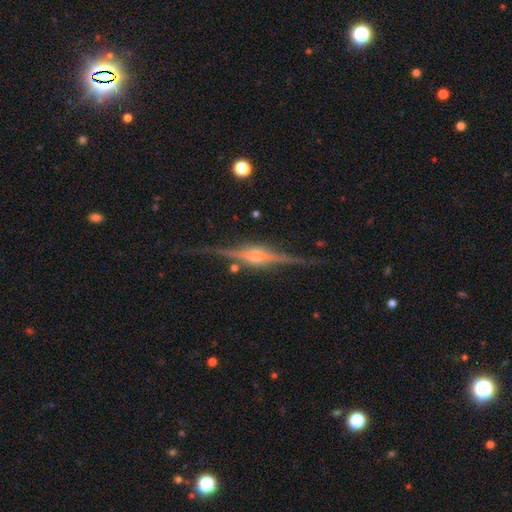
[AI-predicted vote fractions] smooth_or_featured: featured or disk (p=0.89) [alt: star or artifact p=0.06]
disk_edge_on: yes (p=0.98) [alt: no p=0.02]
edge_on_bulge: rounded (p=0.88) [alt: boxy p=0.10]
merging: none (p=0.87) [alt: minor disturbance p=0.09]